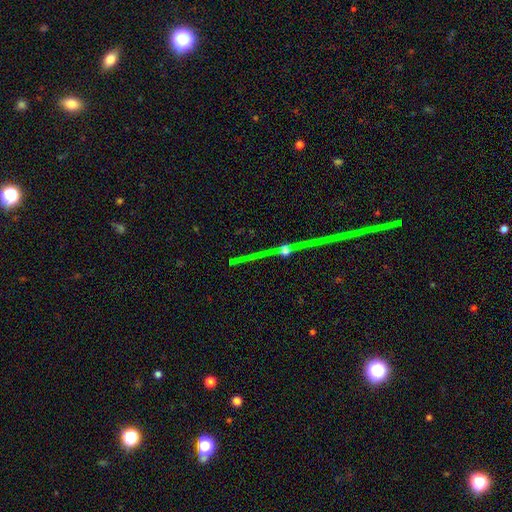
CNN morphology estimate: smooth_or_featured: star or artifact (p=0.47) [alt: featured or disk p=0.45]